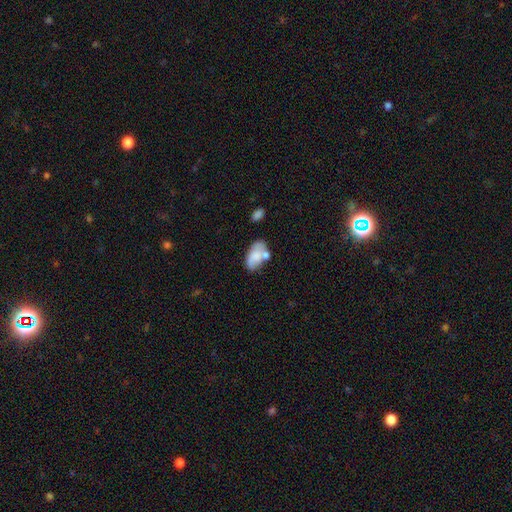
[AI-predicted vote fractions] A smooth galaxy with no disk features (69%) that is in between round and cigar-shaped (93%). Merging: none (37%).